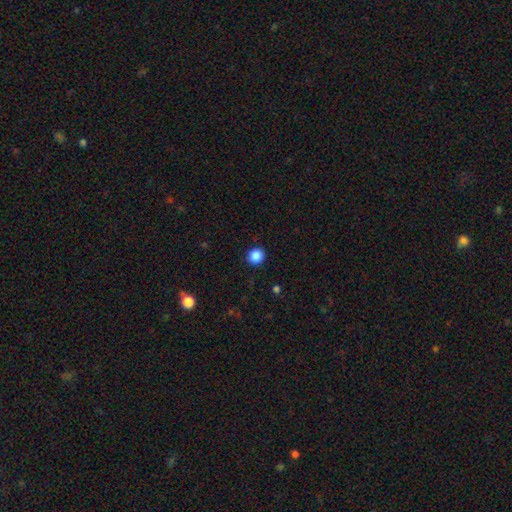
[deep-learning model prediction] Smooth or featured? Predicted: smooth (p=0.87). How rounded? Predicted: round (p=0.92). Merging? Predicted: none (p=0.92).